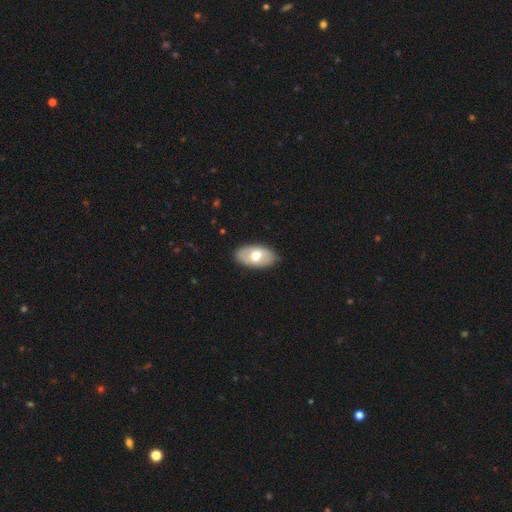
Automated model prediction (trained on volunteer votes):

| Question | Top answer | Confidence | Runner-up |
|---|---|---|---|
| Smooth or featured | smooth | 62% | featured or disk (32%) |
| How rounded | in between | 94% | round (4%) |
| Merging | none | 84% | minor disturbance (12%) |